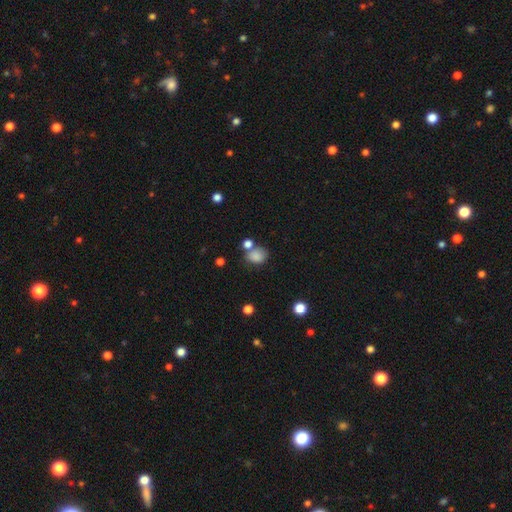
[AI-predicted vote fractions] Q: Smooth or featured?
A: smooth (82%); runner-up: star or artifact (11%)
Q: How rounded?
A: round (52%); runner-up: in between (47%)
Q: Merging?
A: none (54%); runner-up: merger (21%)